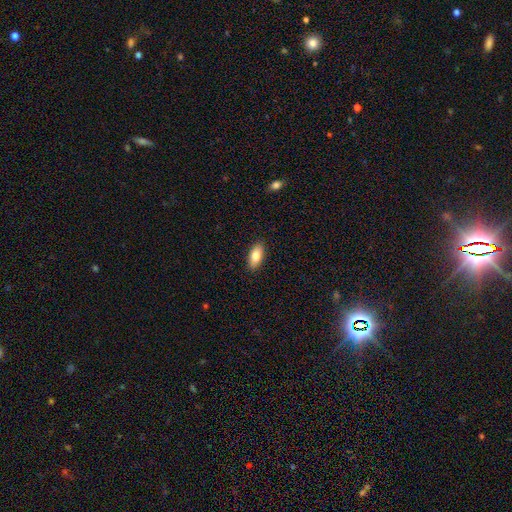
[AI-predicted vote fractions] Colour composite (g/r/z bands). It shows a smooth galaxy with no disk features (81%) that is in between round and cigar-shaped (87%). Merging: none (90%).